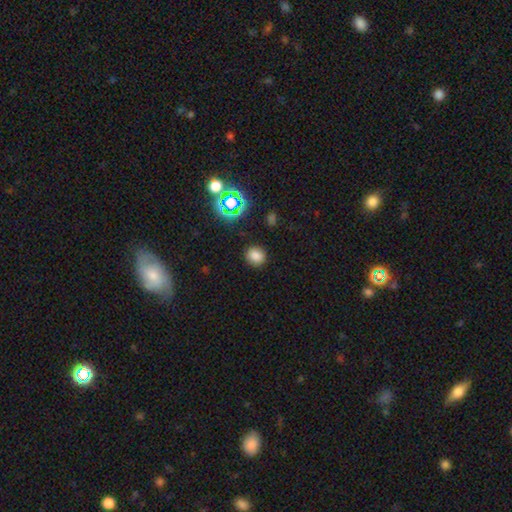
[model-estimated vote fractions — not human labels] smooth 78%, star or artifact 17%, featured or disk 5%. Down the decision tree: how rounded — round (81%); merging — none (88%).